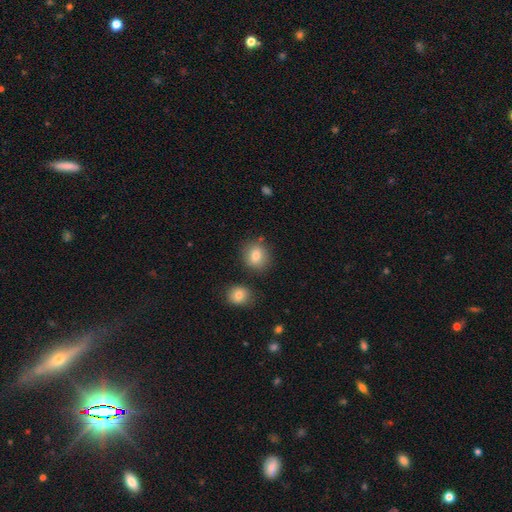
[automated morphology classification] Q: Smooth or featured?
A: smooth (81%); runner-up: star or artifact (10%)
Q: How rounded?
A: round (77%); runner-up: in between (22%)
Q: Merging?
A: none (80%); runner-up: minor disturbance (10%)